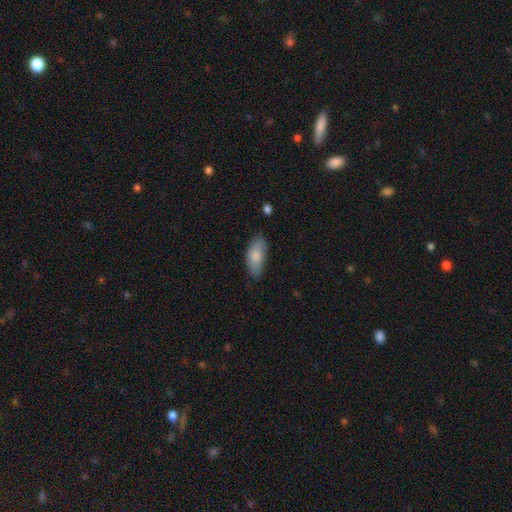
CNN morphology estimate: Overall: smooth (81%). How rounded: in between (88%). Merging: none (76%).